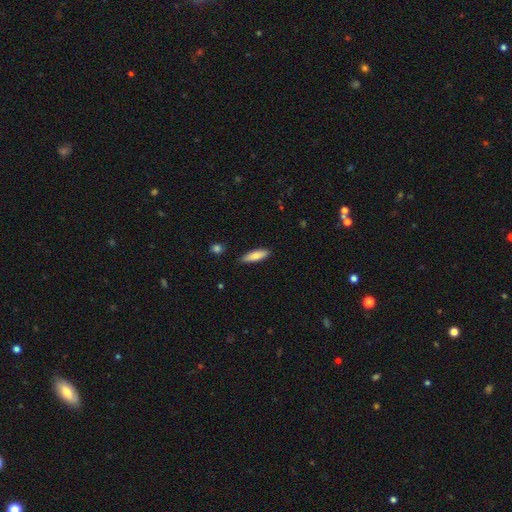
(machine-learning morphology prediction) smooth-or-featured: smooth: 78% | featured or disk: 16% | star or artifact: 6%
  how-rounded: cigar-shaped: 53% | in between: 45% | round: 2%
  merging: none: 87% | minor disturbance: 10% | major disturbance: 2% | merger: 1%